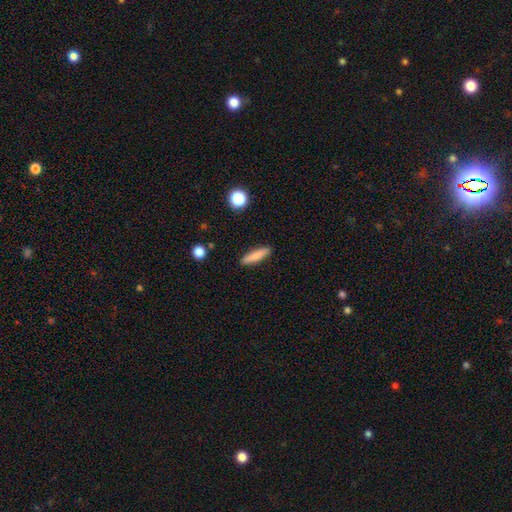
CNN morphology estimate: Smooth or featured?
  - smooth: 81% *
  - featured or disk: 12%
  - star or artifact: 7%
How rounded?
  - cigar-shaped: 83% *
  - in between: 15%
  - round: 2%
Merging?
  - none: 90% *
  - minor disturbance: 7%
  - major disturbance: 2%
  - merger: 1%